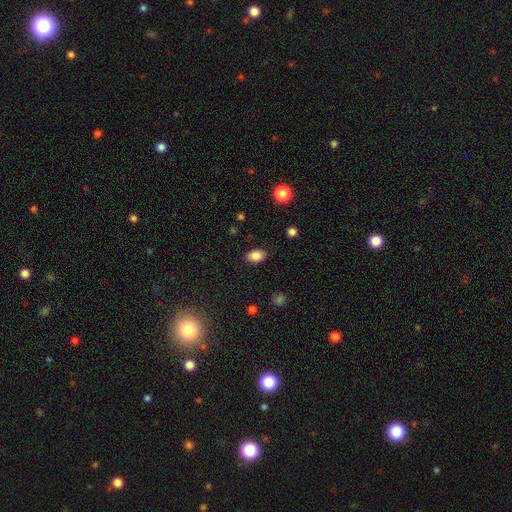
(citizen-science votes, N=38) smooth 87%, star or artifact 8%, featured or disk 5%. Down the decision tree: how rounded — in between (88%); merging — none (94%).